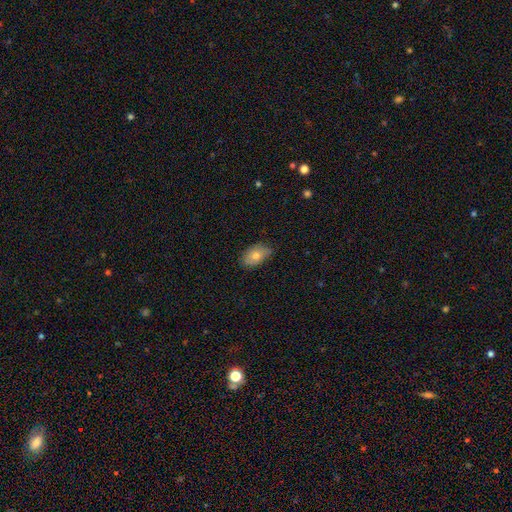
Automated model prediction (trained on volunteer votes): Smooth or featured? Predicted: smooth (p=0.71). How rounded? Predicted: in between (p=0.91). Merging? Predicted: none (p=0.75).